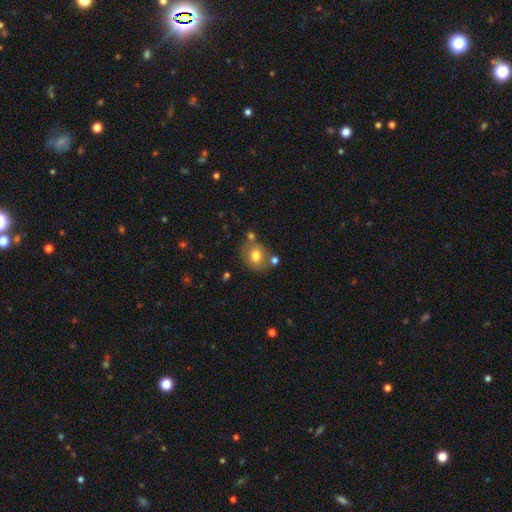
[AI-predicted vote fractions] Morphology: type=smooth (73%); roundness=round (64%); merging=none (68%).